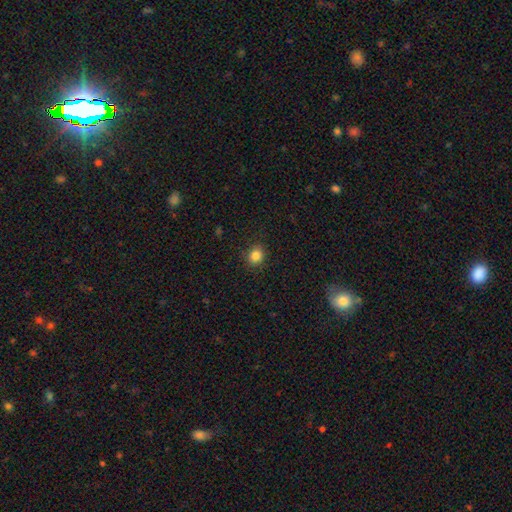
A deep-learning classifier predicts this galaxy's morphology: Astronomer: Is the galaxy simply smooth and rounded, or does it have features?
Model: smooth — 85%.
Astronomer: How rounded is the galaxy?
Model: round — 74%.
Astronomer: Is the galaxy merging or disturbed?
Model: none — 88%.